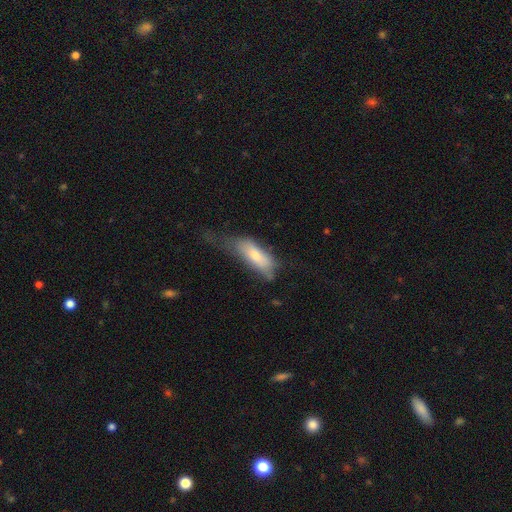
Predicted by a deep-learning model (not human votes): This appears to be a smooth galaxy with no disk features (66%) that is in between round and cigar-shaped (66%). Merging: major disturbance (40%).